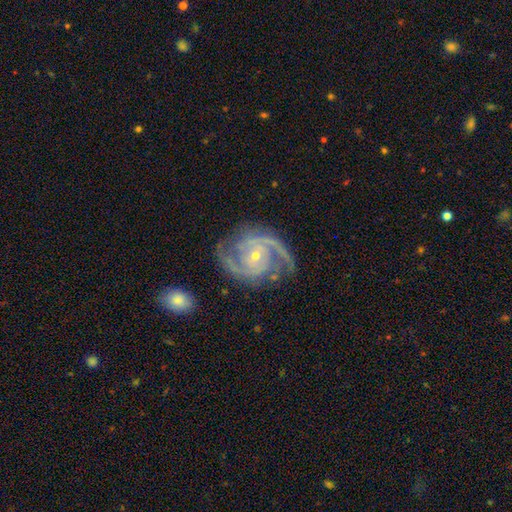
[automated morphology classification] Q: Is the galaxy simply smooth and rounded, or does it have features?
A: featured or disk — 93%.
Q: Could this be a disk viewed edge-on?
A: no — 98%.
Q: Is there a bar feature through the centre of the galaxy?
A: no — 63%.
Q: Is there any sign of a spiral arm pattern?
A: yes — 98%.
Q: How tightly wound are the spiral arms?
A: medium — 55%.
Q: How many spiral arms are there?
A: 2 — 77%.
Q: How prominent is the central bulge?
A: small — 70%.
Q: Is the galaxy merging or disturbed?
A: none — 77%.